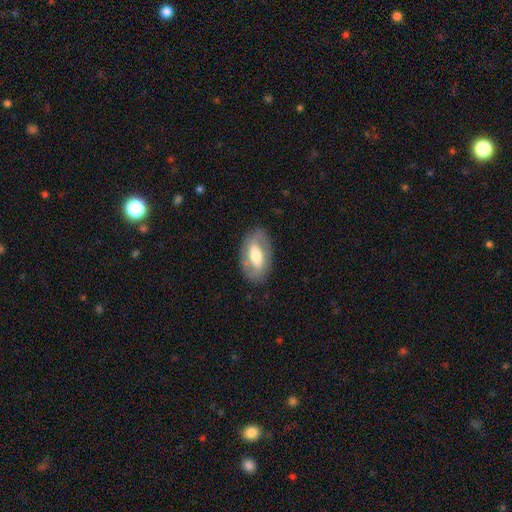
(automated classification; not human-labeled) Smooth or featured: featured or disk — 56% (smooth — 38%)
Edge-on disk: no — 90% (yes — 10%)
Bar: no — 38% (weak — 32%)
Spiral arms: no — 53% (yes — 47%)
Bulge size: moderate — 60% (large — 22%)
Merging: none — 80% (minor disturbance — 13%)